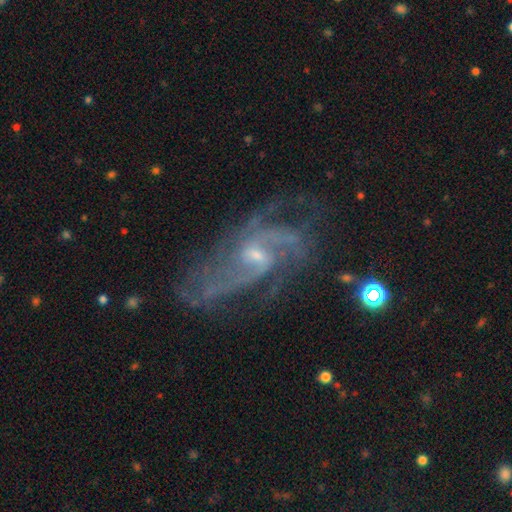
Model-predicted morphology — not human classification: smooth_or_featured: featured or disk (p=0.89) [alt: star or artifact p=0.06]
disk_edge_on: no (p=0.96) [alt: yes p=0.04]
bar: weak (p=0.52) [alt: no p=0.35]
has_spiral_arms: yes (p=0.96) [alt: no p=0.04]
spiral_winding: medium (p=0.49) [alt: loose p=0.26]
spiral_arm_count: 2 (p=0.39) [alt: 3 p=0.19]
bulge_size: small (p=0.65) [alt: moderate p=0.29]
merging: none (p=0.62) [alt: minor disturbance p=0.18]